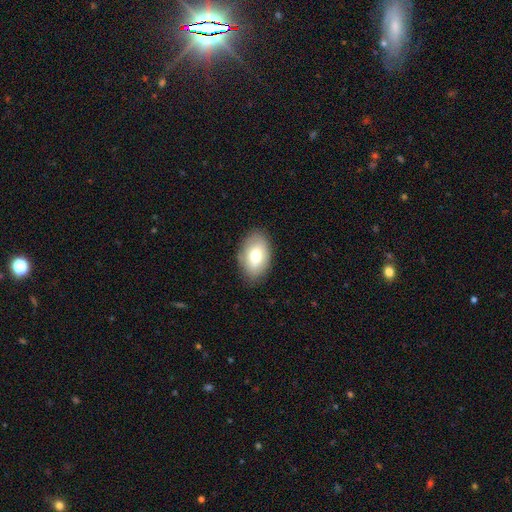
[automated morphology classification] The model was most divided on "smooth or featured": smooth: 71%, featured or disk: 22%, star or artifact: 7%. More confident: how rounded — in between (89%); merging — none (83%).